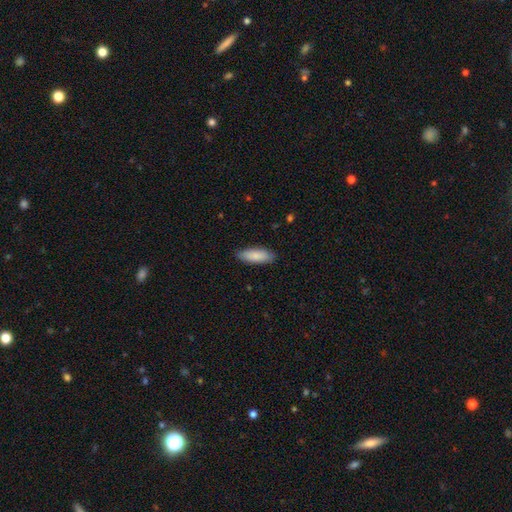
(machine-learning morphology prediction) Smooth or featured: smooth — 87% (featured or disk — 7%)
How rounded: in between — 63% (cigar-shaped — 35%)
Merging: none — 88% (minor disturbance — 9%)